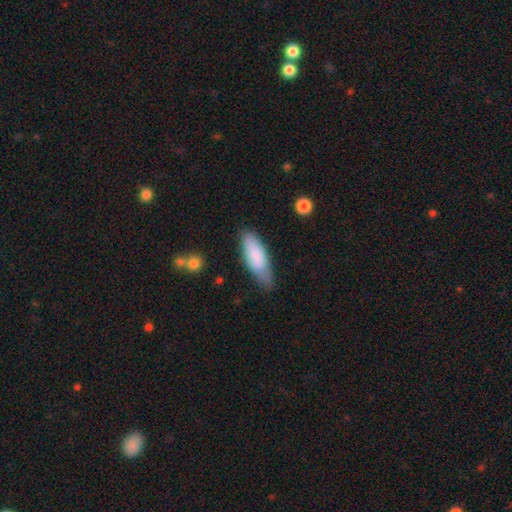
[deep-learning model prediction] This appears to be a smooth galaxy with no disk features (82%) that is in between round and cigar-shaped (61%). Merging: none (61%).